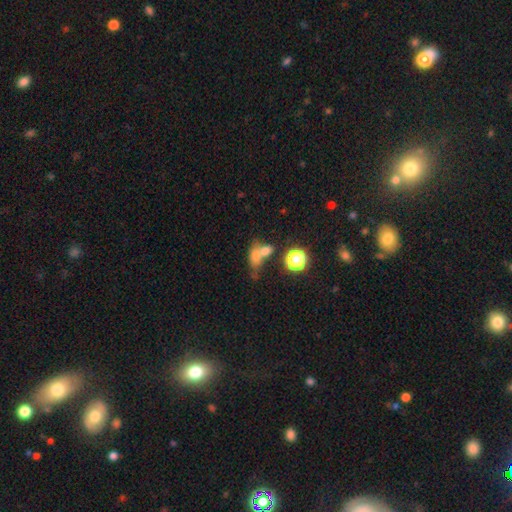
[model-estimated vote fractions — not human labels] smooth-or-featured: smooth: 70% | featured or disk: 17% | star or artifact: 13%
  how-rounded: in between: 62% | round: 33% | cigar-shaped: 5%
  merging: merger: 54% | none: 28% | minor disturbance: 10% | major disturbance: 7%